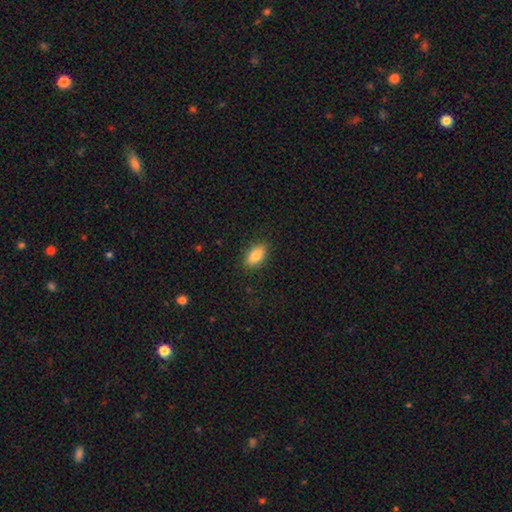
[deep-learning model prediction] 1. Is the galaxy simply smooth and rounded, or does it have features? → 83% smooth, 10% featured or disk, 7% star or artifact.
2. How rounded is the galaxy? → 89% in between, 7% cigar-shaped, 5% round.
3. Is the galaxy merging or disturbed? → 87% none, 10% minor disturbance, 2% major disturbance, 1% merger.